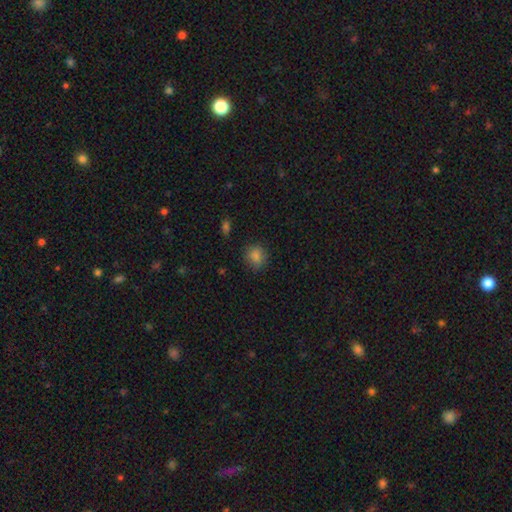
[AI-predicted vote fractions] Smooth or featured? Predicted: smooth (p=0.82). How rounded? Predicted: round (p=0.75). Merging? Predicted: none (p=0.83).